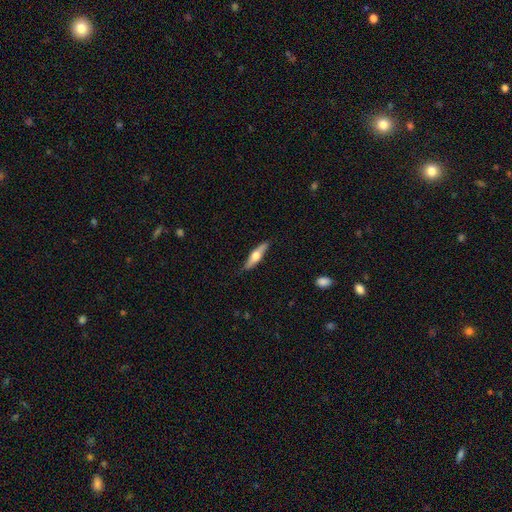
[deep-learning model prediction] Smooth or featured?
  - featured or disk: 54% *
  - smooth: 41%
  - star or artifact: 5%
Edge-on disk?
  - yes: 93% *
  - no: 7%
Merging?
  - none: 86% *
  - minor disturbance: 11%
  - major disturbance: 2%
  - merger: 1%